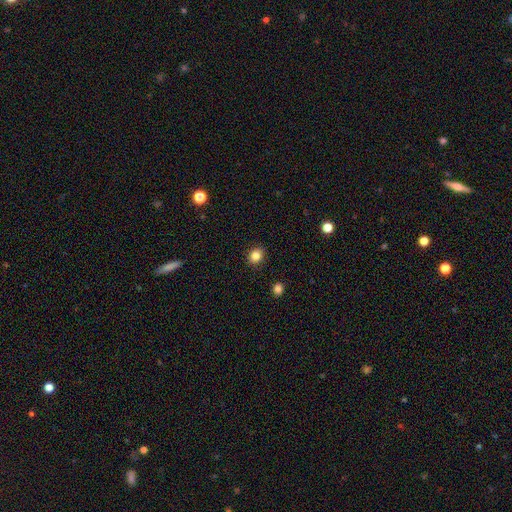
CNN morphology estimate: Smooth or featured?
  - smooth: 84% *
  - star or artifact: 11%
  - featured or disk: 5%
How rounded?
  - round: 65% *
  - in between: 34%
  - cigar-shaped: 1%
Merging?
  - none: 90% *
  - minor disturbance: 7%
  - major disturbance: 2%
  - merger: 1%